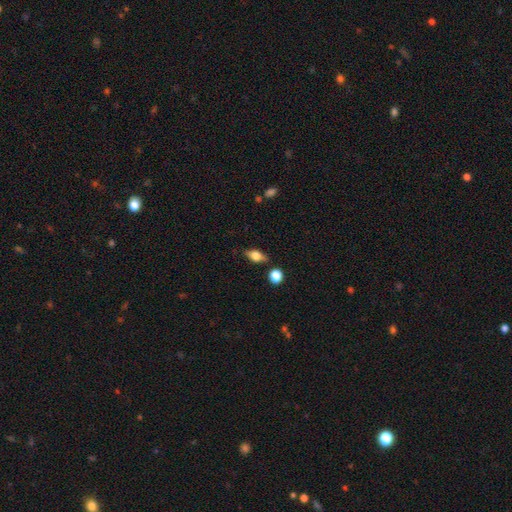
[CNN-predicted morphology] Smooth or featured? Predicted: smooth (p=0.58). How rounded? Predicted: in between (p=0.76). Merging? Predicted: none (p=0.80).